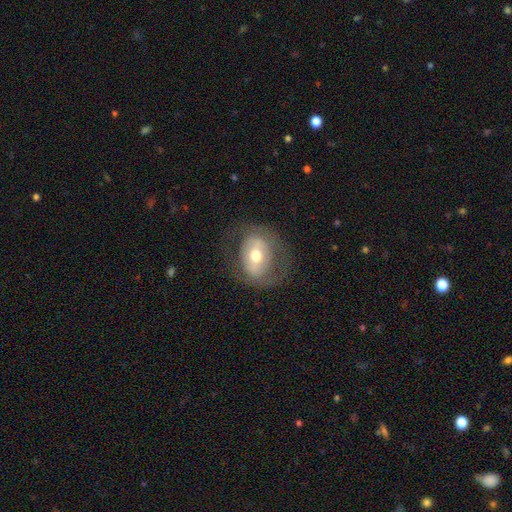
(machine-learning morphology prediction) Smooth or featured?
  - featured or disk: 53% *
  - smooth: 39%
  - star or artifact: 8%
Edge-on disk?
  - no: 93% *
  - yes: 7%
Merging?
  - none: 69% *
  - minor disturbance: 16%
  - major disturbance: 14%
  - merger: 1%